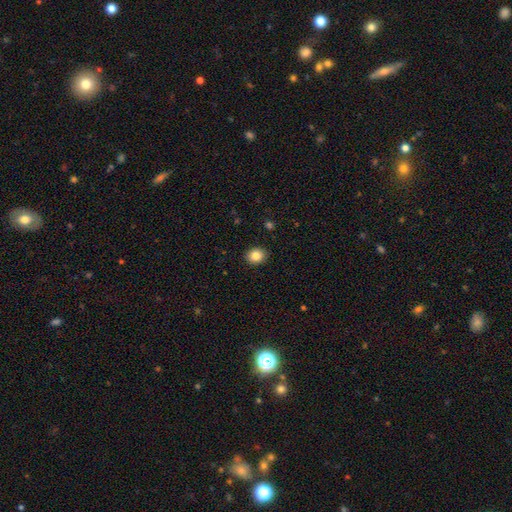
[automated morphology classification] Overall: smooth (85%). How rounded: round (59%; in between 40%). Merging: none (91%).